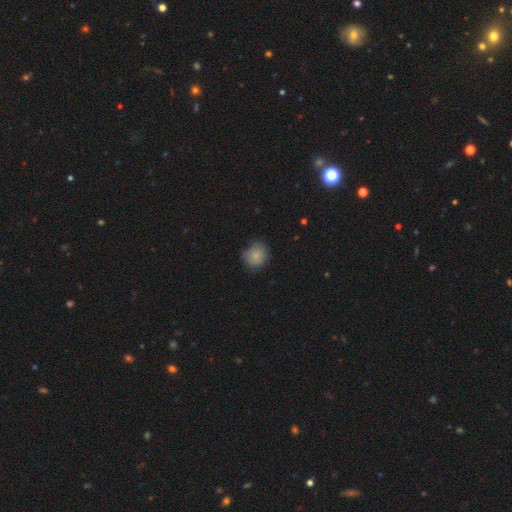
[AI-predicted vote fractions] Smooth or featured: smooth — 82% (star or artifact — 10%)
How rounded: round — 82% (in between — 17%)
Merging: none — 71% (minor disturbance — 23%)